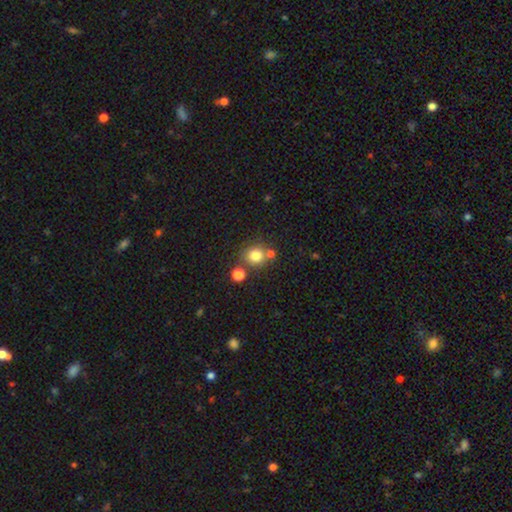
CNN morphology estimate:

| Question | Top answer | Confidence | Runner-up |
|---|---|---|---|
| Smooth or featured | smooth | 78% | star or artifact (14%) |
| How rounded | round | 88% | in between (11%) |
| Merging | none | 71% | merger (17%) |